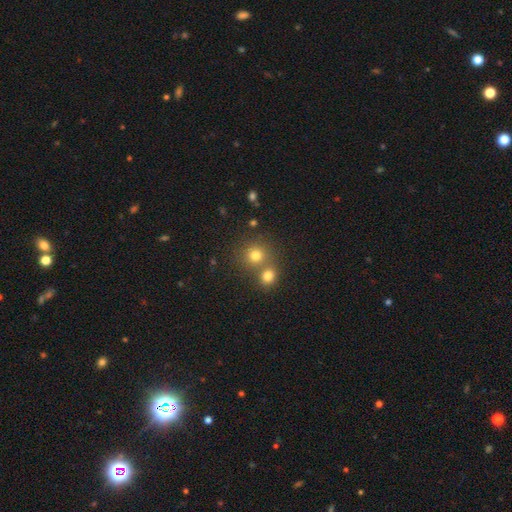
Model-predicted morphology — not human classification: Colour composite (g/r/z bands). It shows a smooth galaxy with no disk features (77%) that is round (87%). Merging: none (56%).